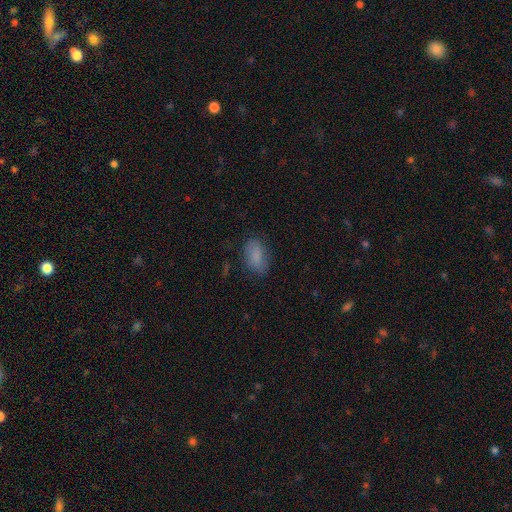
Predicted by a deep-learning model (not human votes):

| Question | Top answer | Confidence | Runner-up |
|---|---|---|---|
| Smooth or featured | smooth | 82% | featured or disk (10%) |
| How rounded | in between | 91% | round (6%) |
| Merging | none | 76% | minor disturbance (17%) |